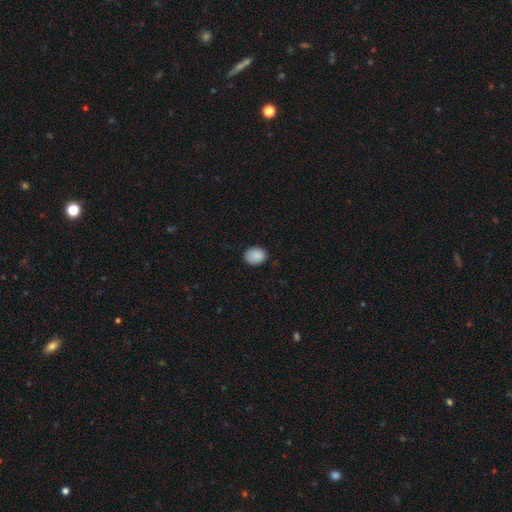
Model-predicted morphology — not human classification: smooth-or-featured: smooth: 89% | star or artifact: 8% | featured or disk: 3%
  how-rounded: round: 53% | in between: 46% | cigar-shaped: 1%
  merging: none: 85% | minor disturbance: 12% | major disturbance: 2% | merger: 1%